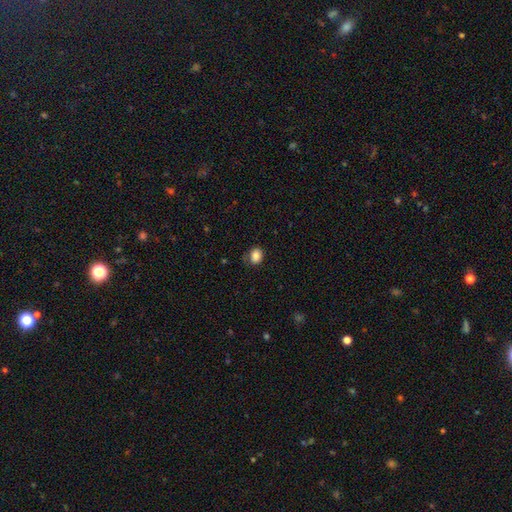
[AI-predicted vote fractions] A smooth galaxy with no disk features (84%) that is round (51%).

Vote fractions:
- Smooth or featured? smooth: 84% / star or artifact: 10% / featured or disk: 7%
- How rounded? round: 51% / in between: 49% / cigar-shaped: 1%
- Merging? none: 71% / minor disturbance: 22% / major disturbance: 6% / merger: 2%